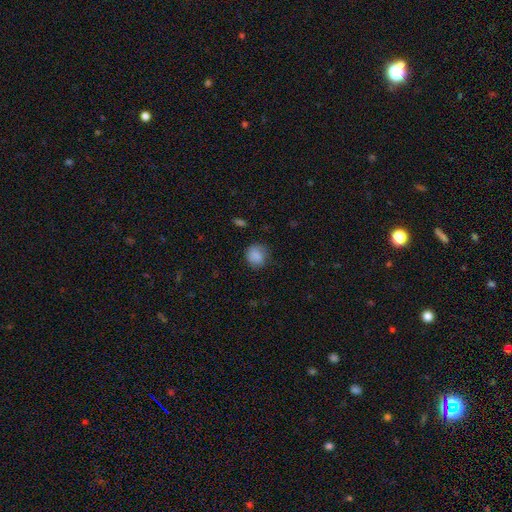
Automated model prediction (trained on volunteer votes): The model was most divided on "merging": none: 68%, minor disturbance: 23%, major disturbance: 7%, merger: 1%. More confident: smooth or featured — smooth (85%); how rounded — round (77%).